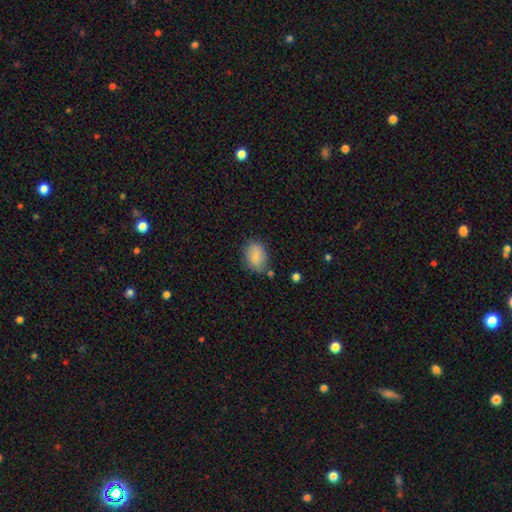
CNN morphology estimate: smooth_or_featured: smooth (p=0.84) [alt: featured or disk p=0.08]
how_rounded: in between (p=0.71) [alt: round p=0.28]
merging: none (p=0.73) [alt: minor disturbance p=0.19]